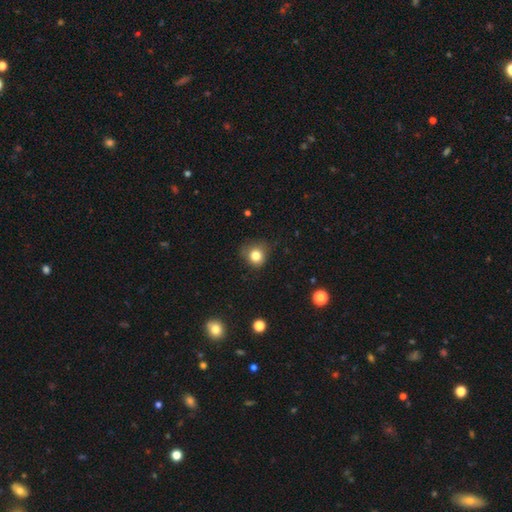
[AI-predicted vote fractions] Smooth or featured?
  - smooth: 81% *
  - star or artifact: 12%
  - featured or disk: 7%
How rounded?
  - round: 84% *
  - in between: 15%
  - cigar-shaped: 1%
Merging?
  - none: 70% *
  - minor disturbance: 22%
  - major disturbance: 6%
  - merger: 1%